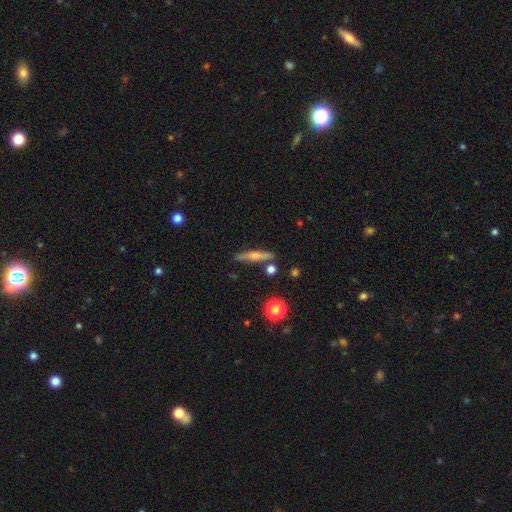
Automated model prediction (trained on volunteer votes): The model was most divided on "smooth or featured": smooth: 53%, featured or disk: 39%, star or artifact: 8%. More confident: how rounded — cigar-shaped (85%); merging — none (81%).